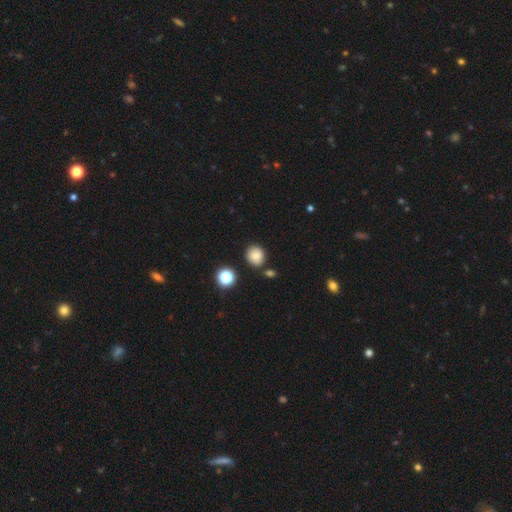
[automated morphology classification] Smooth or featured? Predicted: smooth (p=0.82). How rounded? Predicted: round (p=0.78). Merging? Predicted: none (p=0.79).